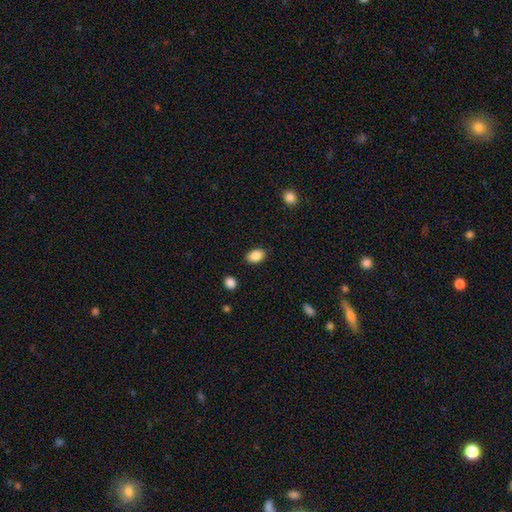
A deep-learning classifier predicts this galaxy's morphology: Smooth or featured?
  - smooth: 87% *
  - star or artifact: 8%
  - featured or disk: 5%
How rounded?
  - in between: 83% *
  - round: 16%
  - cigar-shaped: 1%
Merging?
  - none: 85% *
  - minor disturbance: 10%
  - major disturbance: 3%
  - merger: 2%